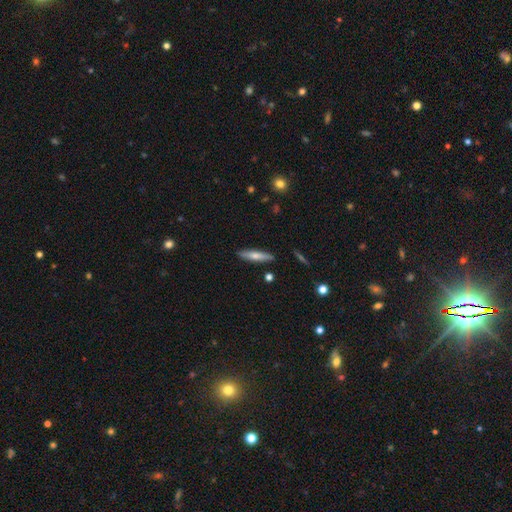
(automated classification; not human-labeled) This appears to be a smooth galaxy with no disk features (58%) that is cigar-shaped (82%). Merging: none (88%).